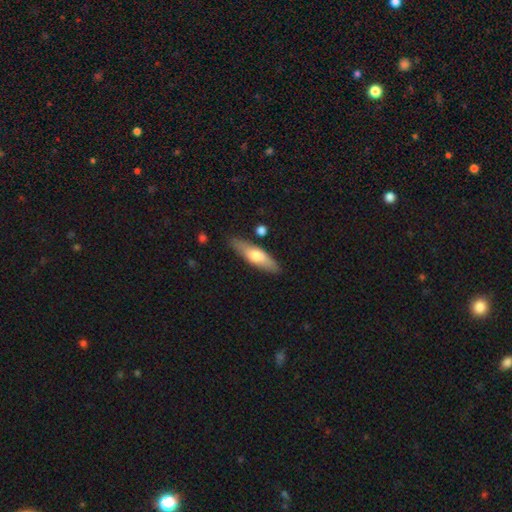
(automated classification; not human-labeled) Q: Smooth or featured?
A: smooth (60%); runner-up: featured or disk (35%)
Q: How rounded?
A: cigar-shaped (62%); runner-up: in between (36%)
Q: Merging?
A: none (84%); runner-up: minor disturbance (11%)